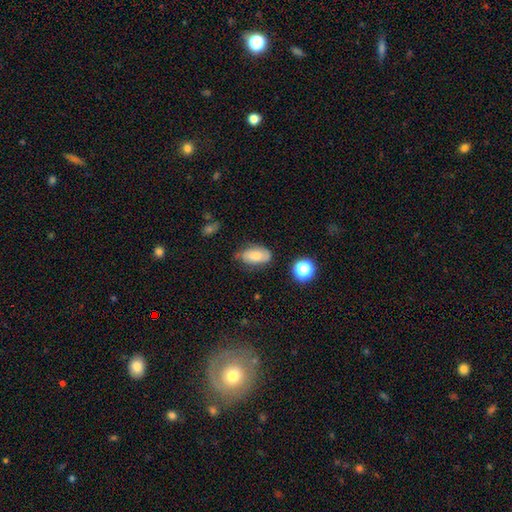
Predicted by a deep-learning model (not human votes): smooth-or-featured: smooth: 66% | featured or disk: 24% | star or artifact: 10%
  how-rounded: in between: 90% | round: 7% | cigar-shaped: 3%
  merging: none: 63% | minor disturbance: 27% | major disturbance: 7% | merger: 3%